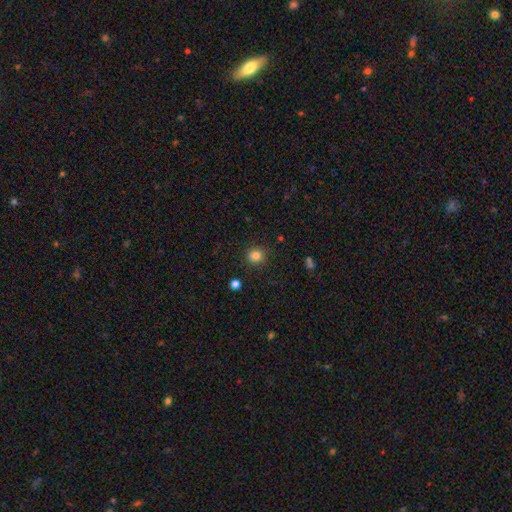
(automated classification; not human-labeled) Overall: smooth (83%). How rounded: round (89%). Merging: none (89%).